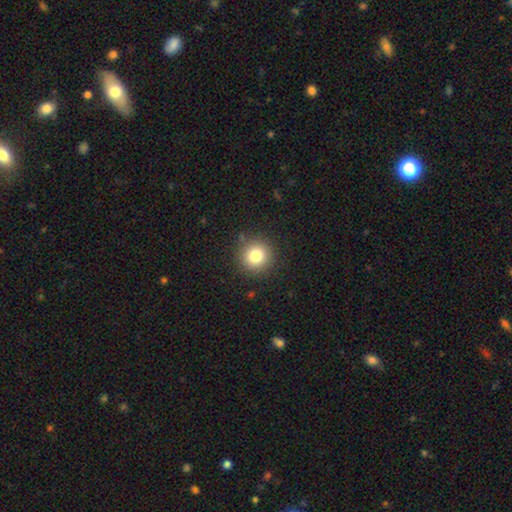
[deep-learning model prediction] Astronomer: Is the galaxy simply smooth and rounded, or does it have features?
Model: smooth — 81%.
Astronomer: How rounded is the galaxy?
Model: round — 93%.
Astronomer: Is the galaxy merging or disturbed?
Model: none — 88%.